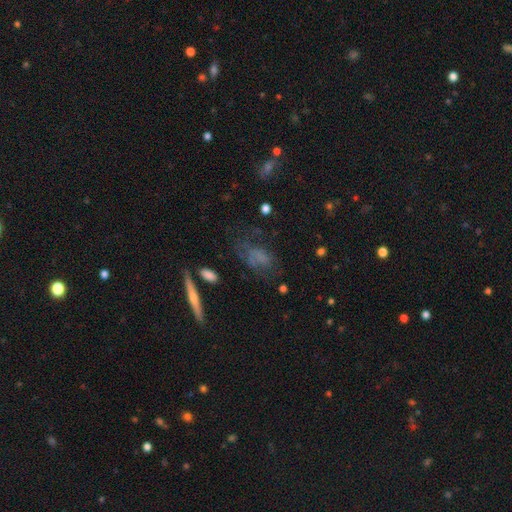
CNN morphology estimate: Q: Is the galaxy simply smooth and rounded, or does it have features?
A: smooth — 45%.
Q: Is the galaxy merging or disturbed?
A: none — 46%.